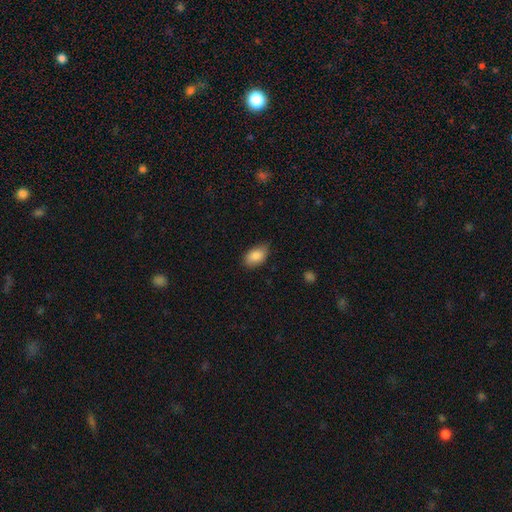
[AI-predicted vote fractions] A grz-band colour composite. It shows a smooth galaxy with no disk features (87%) that is in between round and cigar-shaped (91%). Merging: none (75%).